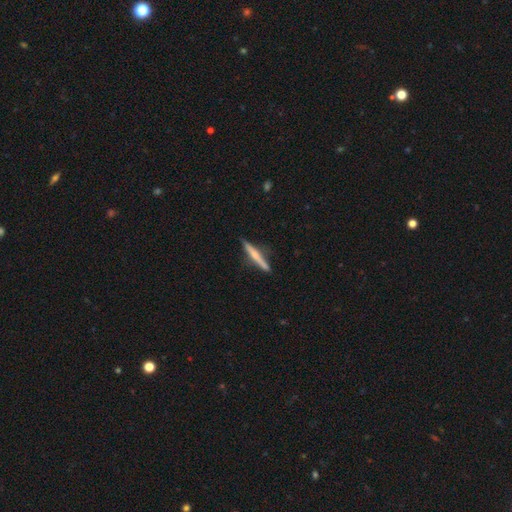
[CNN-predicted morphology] Smooth or featured? Predicted: featured or disk (p=0.49). Merging? Predicted: none (p=0.85).